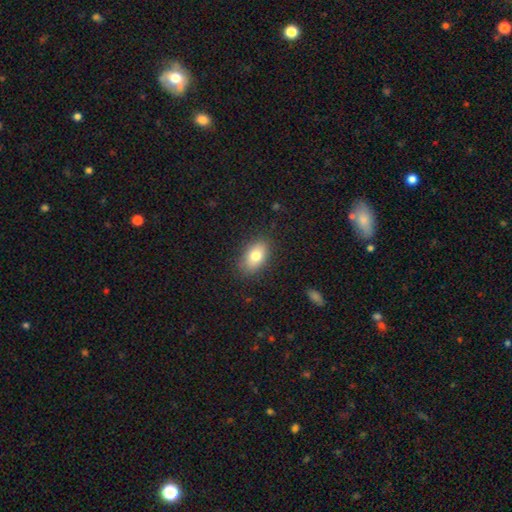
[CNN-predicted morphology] A smooth galaxy with no disk features (79%) that is in between round and cigar-shaped (87%). Merging: none (86%).